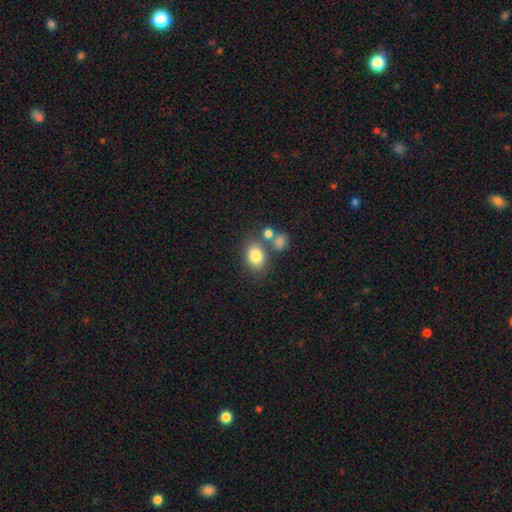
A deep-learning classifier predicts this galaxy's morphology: Smooth or featured?
  - smooth: 81% *
  - star or artifact: 10%
  - featured or disk: 9%
How rounded?
  - in between: 60% *
  - round: 39%
  - cigar-shaped: 1%
Merging?
  - none: 61% *
  - merger: 21%
  - minor disturbance: 13%
  - major disturbance: 5%